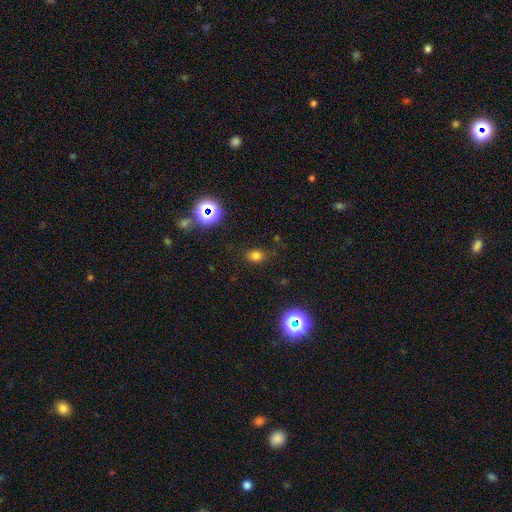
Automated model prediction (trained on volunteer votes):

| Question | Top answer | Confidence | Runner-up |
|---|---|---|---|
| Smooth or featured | smooth | 73% | star or artifact (21%) |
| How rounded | in between | 54% | round (45%) |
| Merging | none | 82% | minor disturbance (13%) |